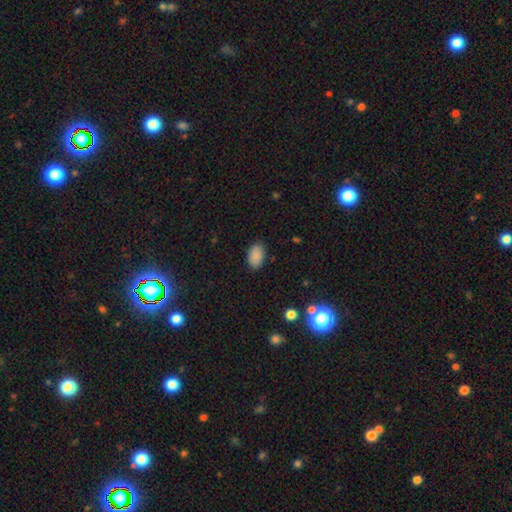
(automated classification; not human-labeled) Smooth or featured? smooth (88%)
How rounded? in between (91%)
Merging? none (86%)